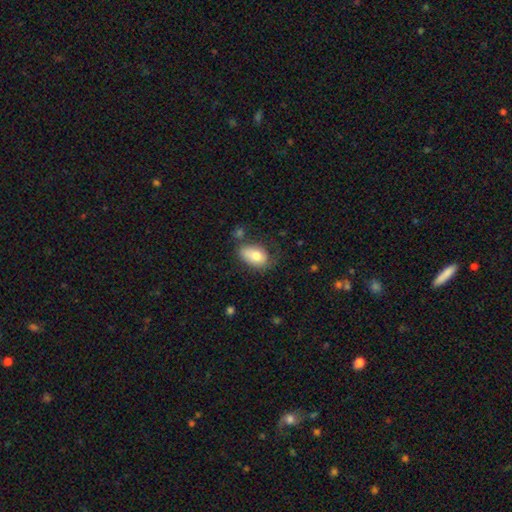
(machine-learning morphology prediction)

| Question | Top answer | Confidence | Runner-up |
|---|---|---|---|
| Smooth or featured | smooth | 77% | featured or disk (16%) |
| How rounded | in between | 88% | round (10%) |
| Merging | none | 50% | minor disturbance (30%) |